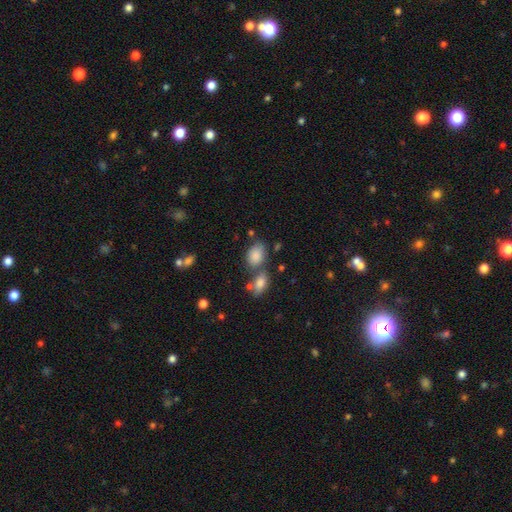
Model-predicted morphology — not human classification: smooth 84%, star or artifact 9%, featured or disk 8%. Down the decision tree: how rounded — in between (80%); merging — none (52%).